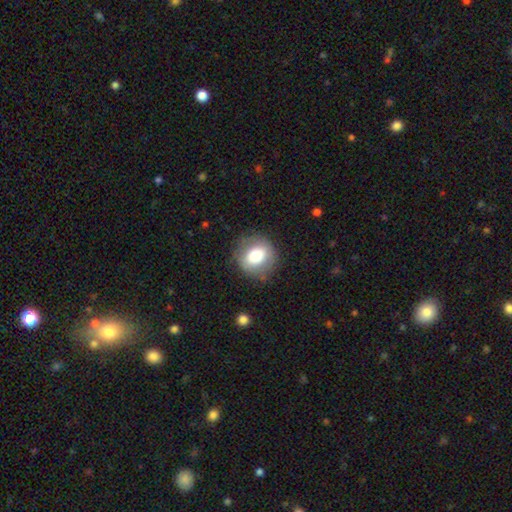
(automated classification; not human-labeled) The model was most divided on "smooth or featured": smooth: 71%, featured or disk: 20%, star or artifact: 9%. More confident: merging — none (81%); how rounded — round (81%).